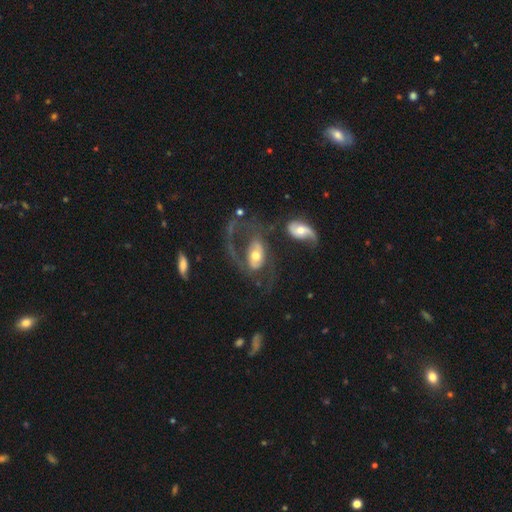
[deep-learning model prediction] featured or disk 67%, smooth 26%, star or artifact 6%. Down the decision tree: edge-on disk — no (94%); bar — no (57%); spiral arms — yes (66%); bulge size — moderate (68%); merging — major disturbance (41%).